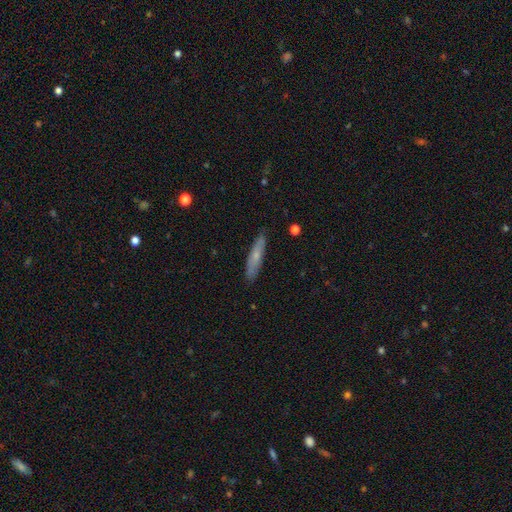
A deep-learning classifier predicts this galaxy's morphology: Smooth or featured? smooth (57%)
How rounded? cigar-shaped (84%)
Merging? none (87%)